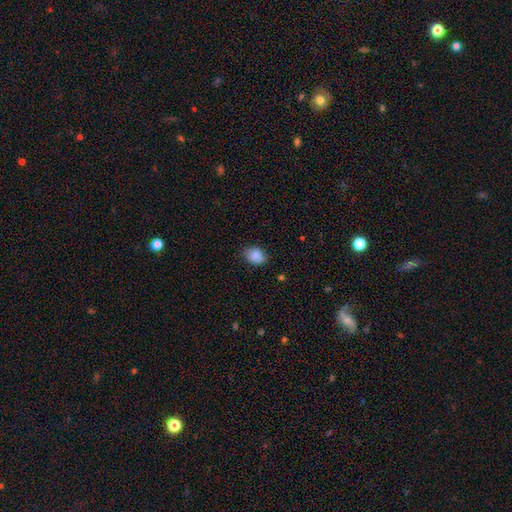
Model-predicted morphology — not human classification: Smooth or featured? Predicted: smooth (p=0.88). How rounded? Predicted: in between (p=0.64). Merging? Predicted: none (p=0.77).